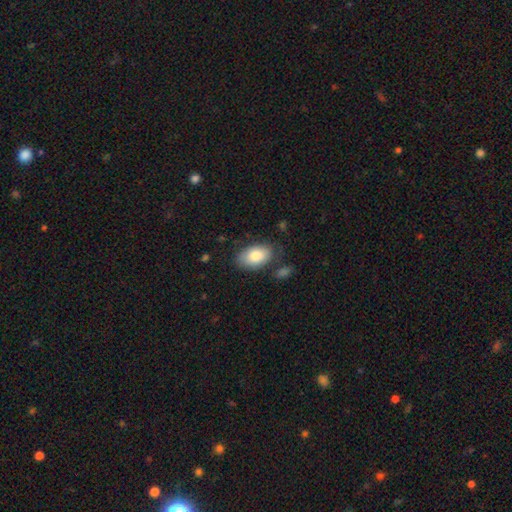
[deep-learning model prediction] Smooth or featured: smooth — 82% (featured or disk — 11%)
How rounded: in between — 93% (round — 6%)
Merging: none — 75% (minor disturbance — 16%)